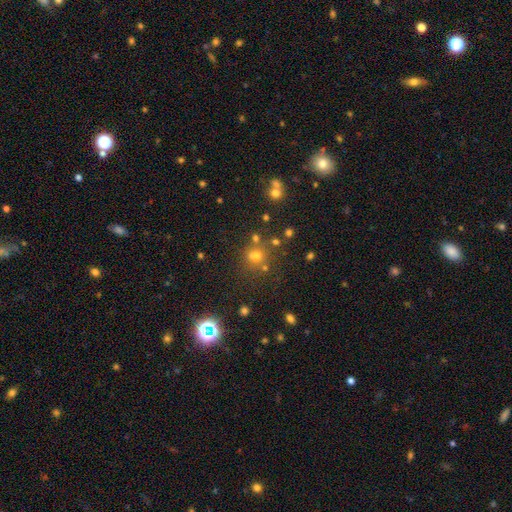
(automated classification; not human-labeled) Smooth or featured: smooth — 58% (star or artifact — 30%)
How rounded: round — 80% (in between — 19%)
Merging: none — 64% (merger — 20%)